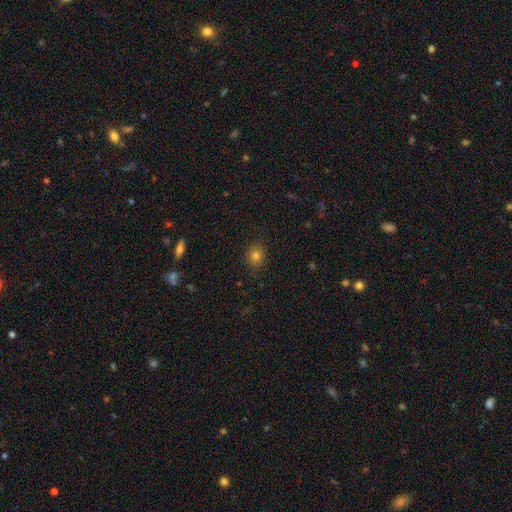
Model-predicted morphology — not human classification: smooth 79%, star or artifact 14%, featured or disk 7%. Down the decision tree: how rounded — round (71%); merging — none (88%).